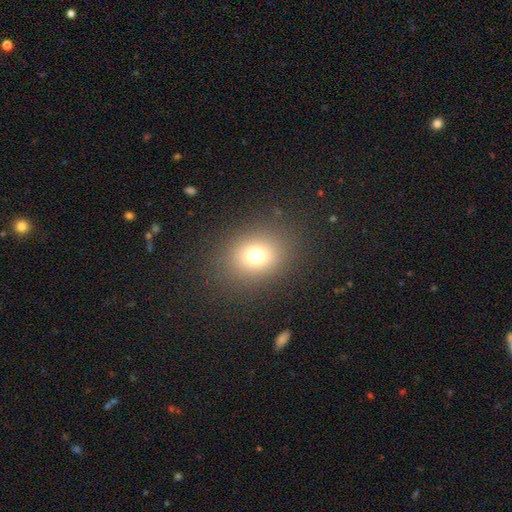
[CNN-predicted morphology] smooth_or_featured: smooth (p=0.72) [alt: star or artifact p=0.18]
how_rounded: round (p=0.57) [alt: in between p=0.42]
merging: none (p=0.86) [alt: minor disturbance p=0.08]